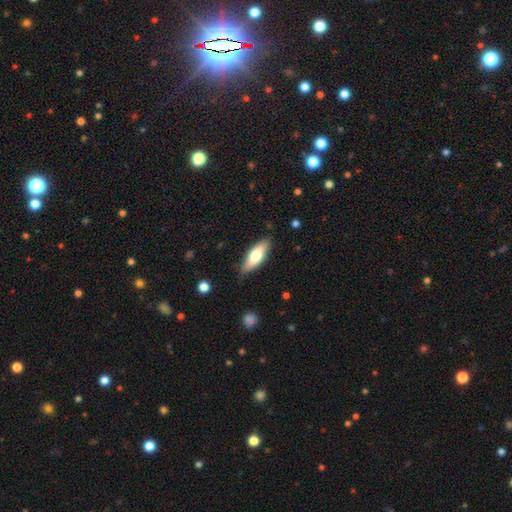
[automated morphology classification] smooth-or-featured: smooth: 66% | featured or disk: 29% | star or artifact: 6%
  how-rounded: in between: 67% | cigar-shaped: 31% | round: 2%
  merging: none: 82% | minor disturbance: 15% | major disturbance: 3% | merger: 1%